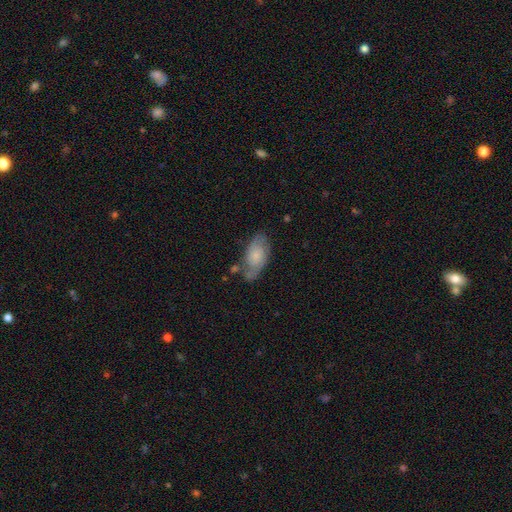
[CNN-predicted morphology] smooth_or_featured: featured or disk (p=0.50) [alt: smooth p=0.43]
merging: none (p=0.57) [alt: minor disturbance p=0.25]